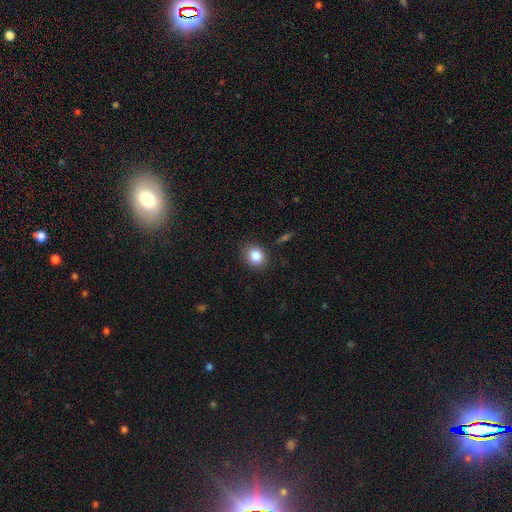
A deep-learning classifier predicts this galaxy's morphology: A smooth galaxy with no disk features (85%) that is round (70%).

Vote fractions:
- Smooth or featured? smooth: 85% / star or artifact: 10% / featured or disk: 5%
- How rounded? round: 70% / in between: 29% / cigar-shaped: 1%
- Merging? none: 86% / minor disturbance: 10% / major disturbance: 3% / merger: 1%